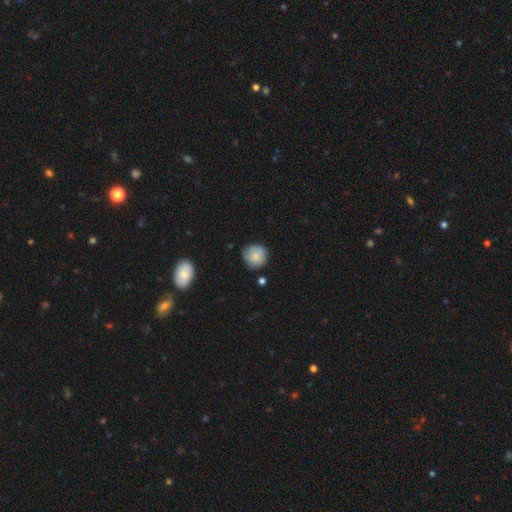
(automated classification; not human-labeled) smooth_or_featured: smooth (p=0.76) [alt: featured or disk p=0.16]
how_rounded: round (p=0.86) [alt: in between p=0.13]
merging: none (p=0.67) [alt: minor disturbance p=0.23]